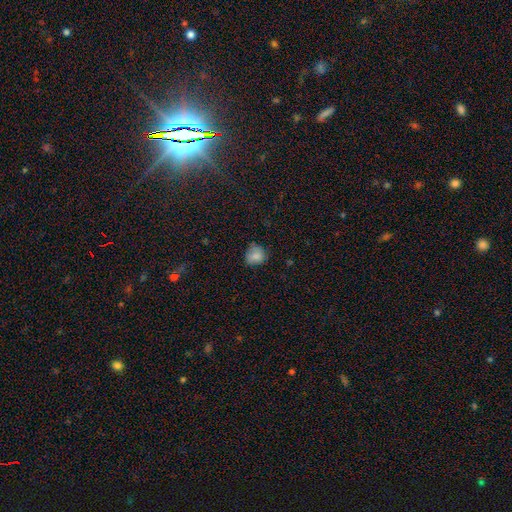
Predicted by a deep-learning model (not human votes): The model was most divided on "merging": none: 67%, minor disturbance: 26%, major disturbance: 5%, merger: 1%. More confident: smooth or featured — smooth (82%); how rounded — round (79%).